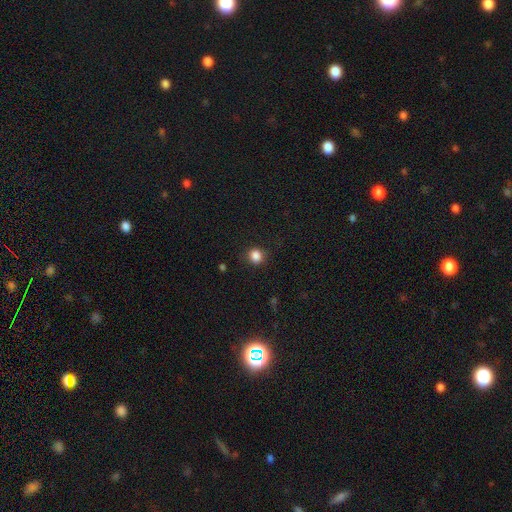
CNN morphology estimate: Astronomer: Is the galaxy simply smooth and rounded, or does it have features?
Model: smooth — 85%.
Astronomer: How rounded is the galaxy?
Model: round — 77%.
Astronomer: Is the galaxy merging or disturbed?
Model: none — 85%.